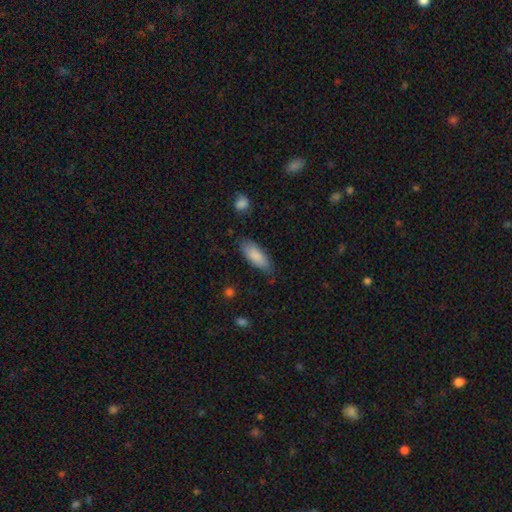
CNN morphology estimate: Smooth or featured: smooth — 86% (featured or disk — 8%)
How rounded: in between — 74% (cigar-shaped — 25%)
Merging: none — 77% (minor disturbance — 17%)